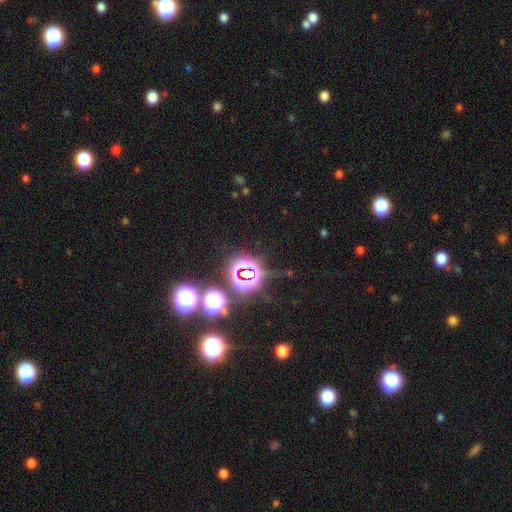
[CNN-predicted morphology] The model was most divided on "smooth or featured": star or artifact: 78%, smooth: 15%, featured or disk: 7%.